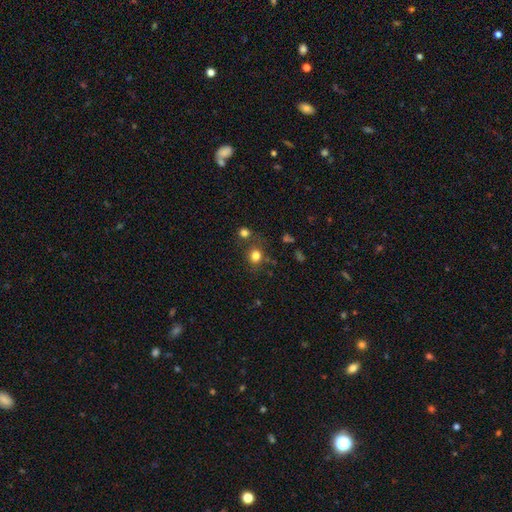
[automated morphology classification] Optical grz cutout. It shows a smooth galaxy with no disk features (79%) that is round (82%). Merging: none (71%).